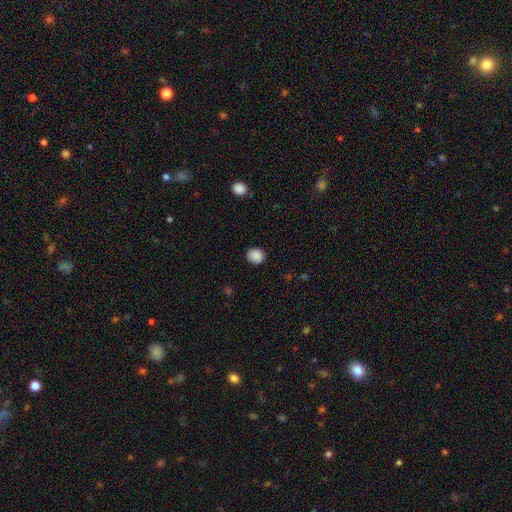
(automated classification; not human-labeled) Morphology: type=smooth (89%); roundness=round (69%); merging=none (88%).